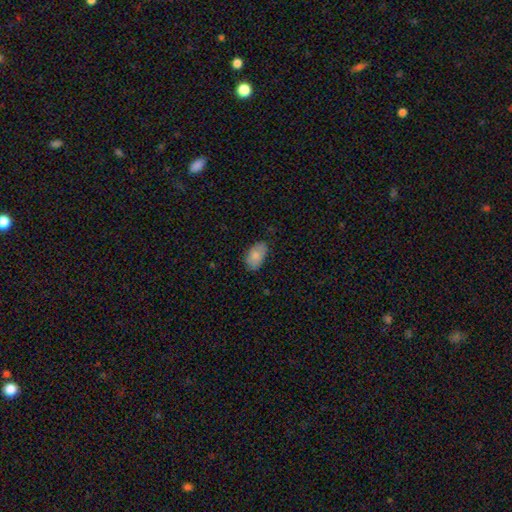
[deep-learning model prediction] A smooth galaxy with no disk features (82%) that is in between round and cigar-shaped (93%). Merging: none (73%).